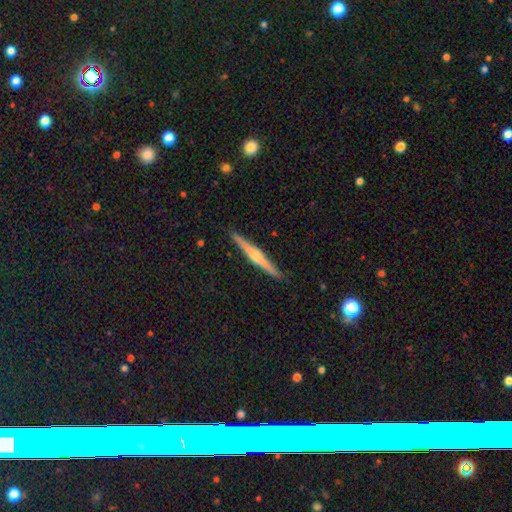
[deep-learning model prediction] The model was most divided on "smooth or featured": featured or disk: 69%, smooth: 25%, star or artifact: 5%. More confident: edge-on disk — yes (98%); merging — none (92%); edge-on bulge — rounded (78%).